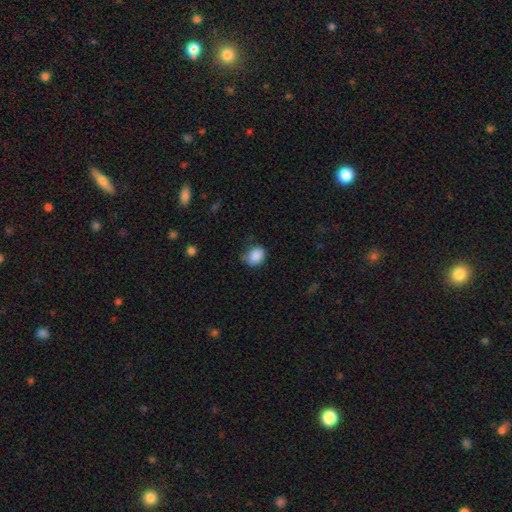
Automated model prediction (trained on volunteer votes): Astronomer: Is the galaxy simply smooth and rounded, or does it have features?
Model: smooth — 87%.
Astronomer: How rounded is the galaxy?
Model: in between — 59% (runner-up: round, 40%).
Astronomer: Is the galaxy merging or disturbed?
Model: none — 64%.